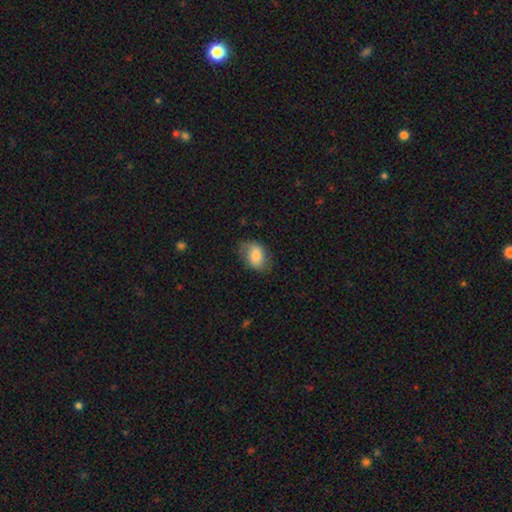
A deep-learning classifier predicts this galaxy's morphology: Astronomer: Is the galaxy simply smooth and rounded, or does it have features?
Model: smooth — 74%.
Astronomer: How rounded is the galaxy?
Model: in between — 77%.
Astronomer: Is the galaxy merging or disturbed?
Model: none — 66%.